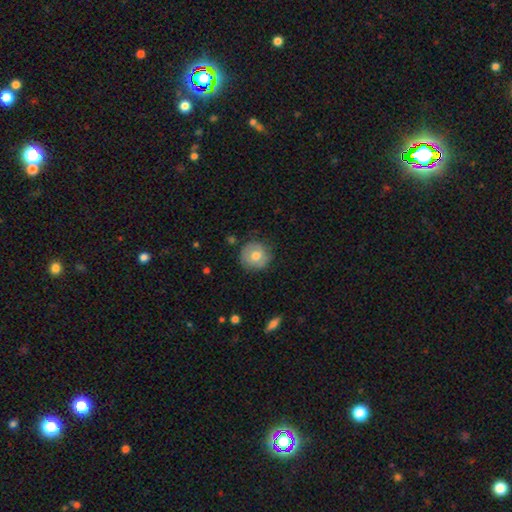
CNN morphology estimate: smooth-or-featured: smooth: 66% | featured or disk: 26% | star or artifact: 7%
  how-rounded: round: 90% | in between: 9% | cigar-shaped: 1%
  merging: none: 79% | minor disturbance: 16% | major disturbance: 4% | merger: 1%